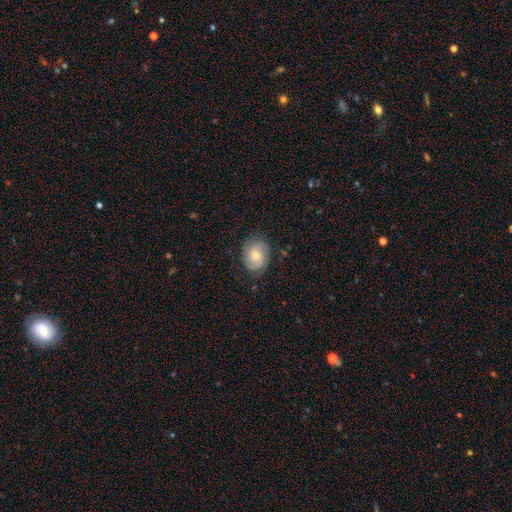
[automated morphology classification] Smooth or featured? featured or disk (57%)
Edge-on disk? no (97%)
Bar? no (77%)
Spiral arms? yes (89%)
Bulge size? moderate (55%)
Merging? none (77%)